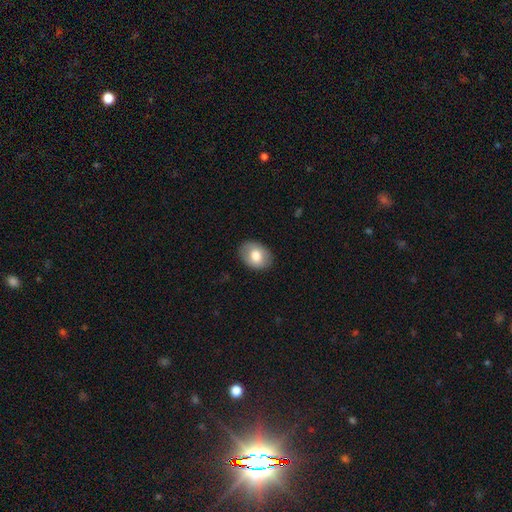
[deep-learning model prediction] A smooth galaxy with no disk features (76%) that is in between round and cigar-shaped (75%). Merging: none (86%).